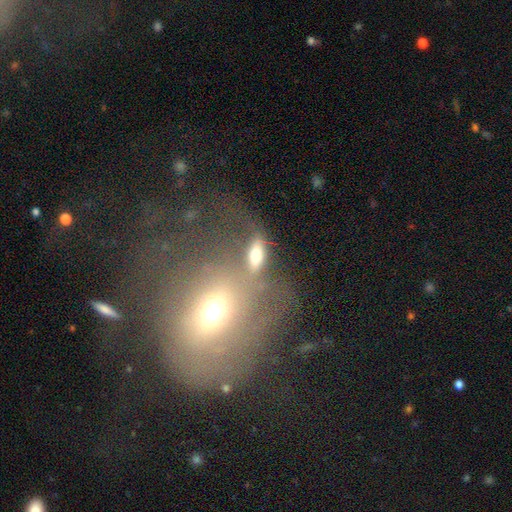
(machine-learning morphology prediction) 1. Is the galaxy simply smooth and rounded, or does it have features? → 63% smooth, 25% featured or disk, 12% star or artifact.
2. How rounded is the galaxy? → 71% in between, 21% cigar-shaped, 8% round.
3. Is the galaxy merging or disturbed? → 53% none, 19% merger, 16% minor disturbance, 12% major disturbance.